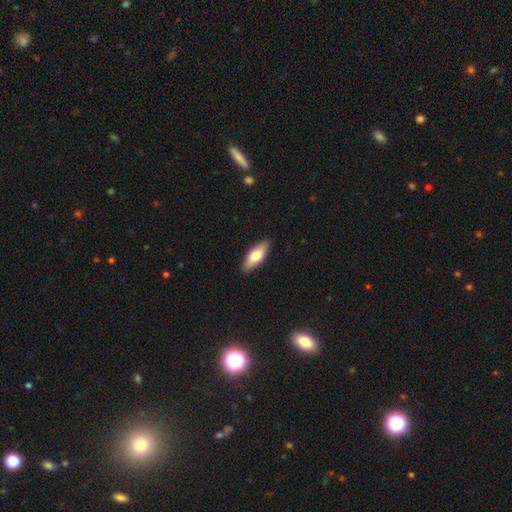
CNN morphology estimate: A smooth galaxy with no disk features (72%) that is in between round and cigar-shaped (71%).

Vote fractions:
- Smooth or featured? smooth: 72% / featured or disk: 22% / star or artifact: 6%
- How rounded? in between: 71% / cigar-shaped: 27% / round: 2%
- Merging? none: 89% / minor disturbance: 8% / major disturbance: 2% / merger: 1%